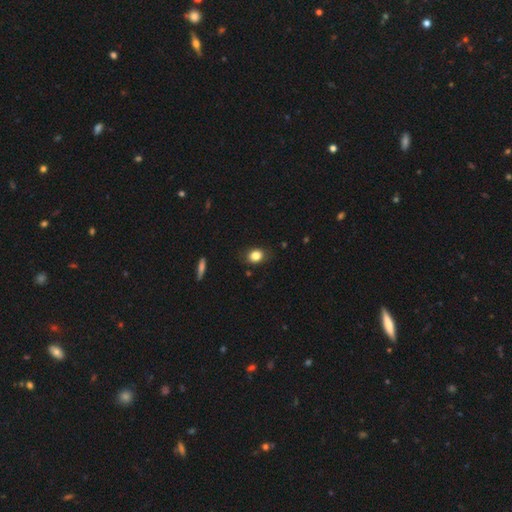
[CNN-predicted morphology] type=smooth (83%); roundness=round (53%); merging=none (83%).